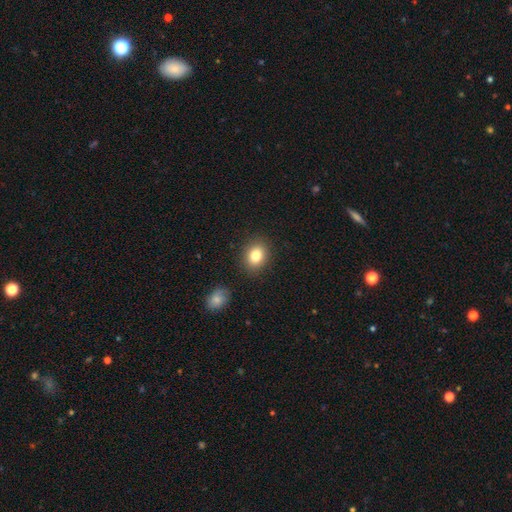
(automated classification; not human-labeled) This appears to be a smooth galaxy with no disk features (83%) that is in between round and cigar-shaped (51%). Merging: none (87%).